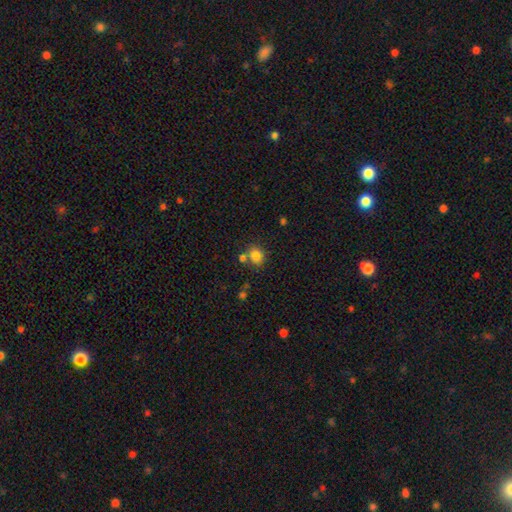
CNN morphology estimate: Overall: smooth (82%). How rounded: round (68%; in between 31%). Merging: none (62%).